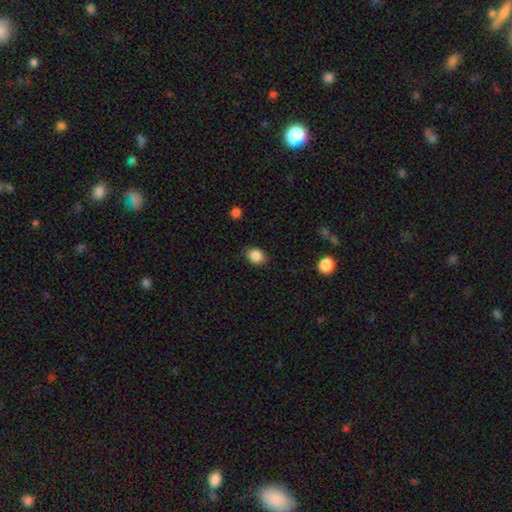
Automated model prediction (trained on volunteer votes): This is clearly a smooth galaxy (87%). How rounded: possibly round (54%). Merging: clearly none (85%).